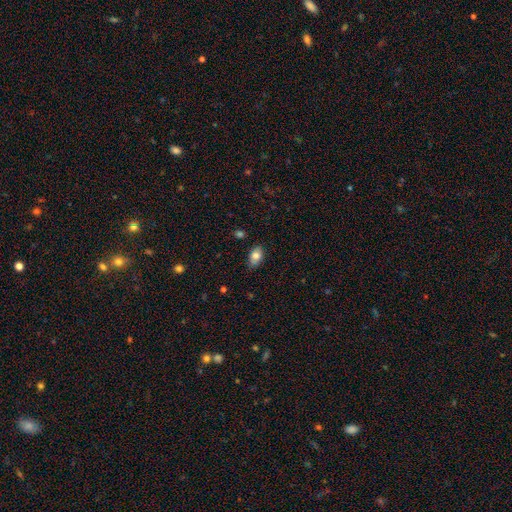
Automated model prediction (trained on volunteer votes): Smooth or featured?
  - smooth: 78% *
  - featured or disk: 14%
  - star or artifact: 8%
How rounded?
  - in between: 87% *
  - round: 11%
  - cigar-shaped: 2%
Merging?
  - none: 78% *
  - minor disturbance: 18%
  - major disturbance: 3%
  - merger: 1%